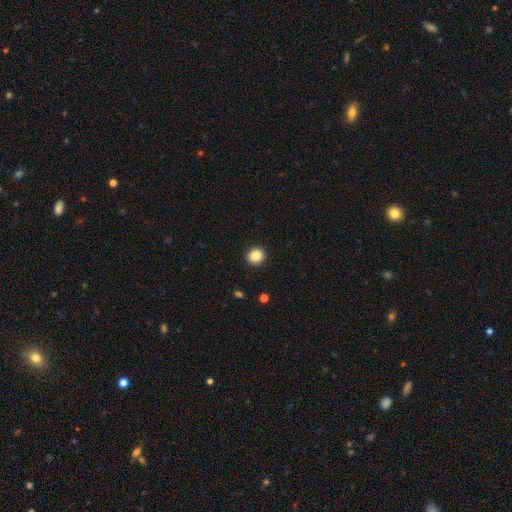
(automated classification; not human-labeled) This is clearly a smooth galaxy (87%). How rounded: clearly round (88%). Merging: clearly none (93%).